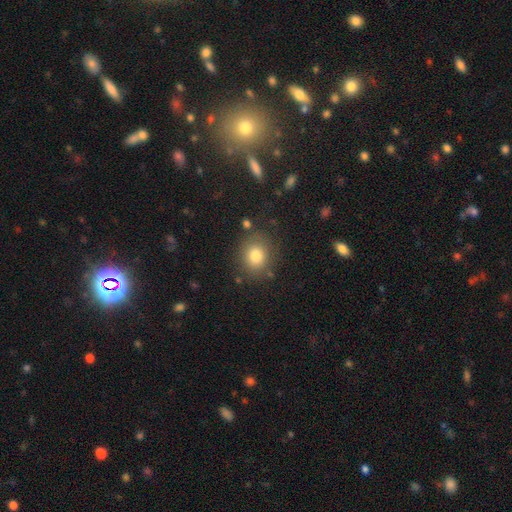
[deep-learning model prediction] smooth 79%, star or artifact 11%, featured or disk 10%. Down the decision tree: how rounded — round (67%); merging — none (81%).